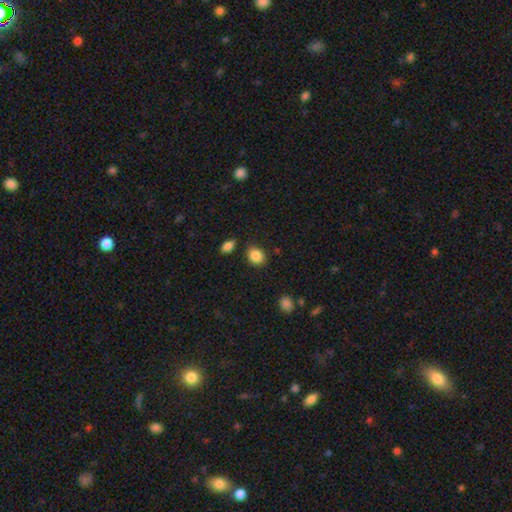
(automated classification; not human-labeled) smooth_or_featured: smooth (p=0.86) [alt: star or artifact p=0.09]
how_rounded: round (p=0.53) [alt: in between p=0.46]
merging: none (p=0.81) [alt: minor disturbance p=0.12]